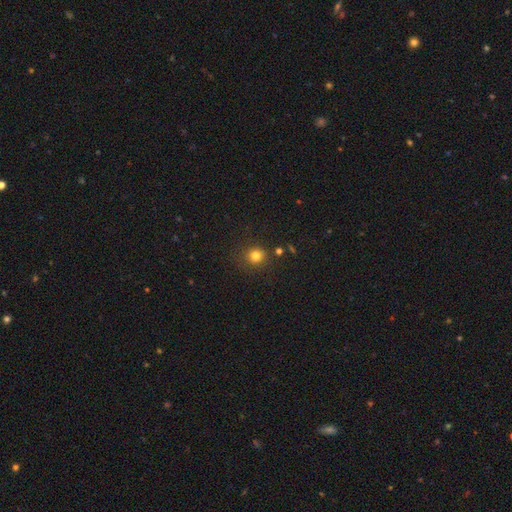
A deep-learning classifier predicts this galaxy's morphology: smooth-or-featured: smooth: 79% | star or artifact: 15% | featured or disk: 6%
  how-rounded: round: 85% | in between: 14% | cigar-shaped: 1%
  merging: none: 80% | minor disturbance: 12% | merger: 4% | major disturbance: 4%